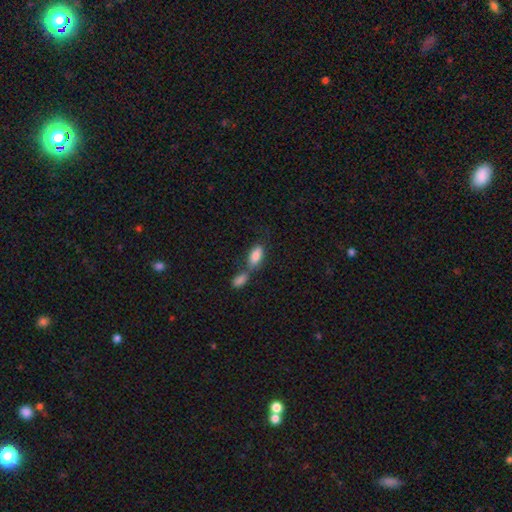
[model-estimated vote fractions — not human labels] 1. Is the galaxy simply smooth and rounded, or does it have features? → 82% smooth, 10% featured or disk, 7% star or artifact.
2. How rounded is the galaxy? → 88% in between, 9% cigar-shaped, 3% round.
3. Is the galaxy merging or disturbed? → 54% merger, 30% none, 11% minor disturbance, 6% major disturbance.